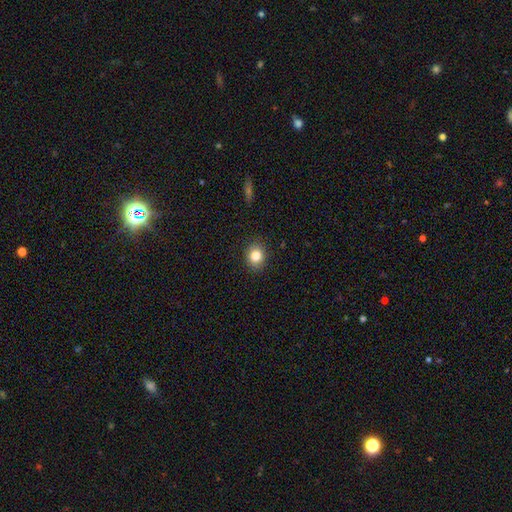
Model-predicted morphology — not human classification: Smooth or featured? smooth (82%)
How rounded? round (63%)
Merging? none (89%)